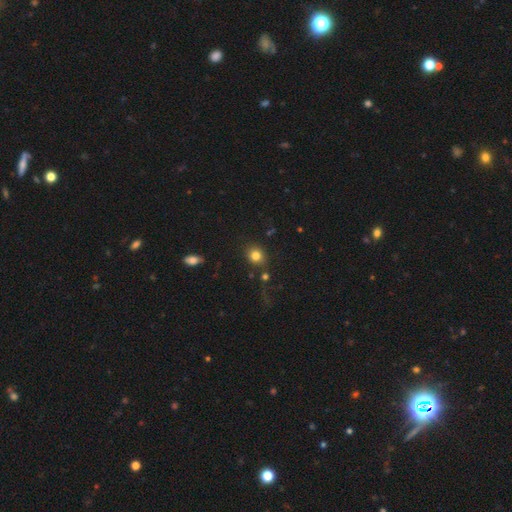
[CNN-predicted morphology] The model was most divided on "how rounded": round: 70%, in between: 28%, cigar-shaped: 1%. More confident: smooth or featured — smooth (82%); merging — none (80%).